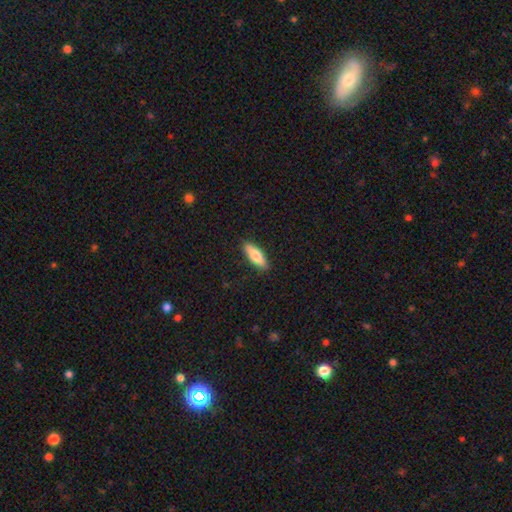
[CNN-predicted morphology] type=smooth (72%); roundness=cigar-shaped (49%, tied with in between); merging=none (90%).